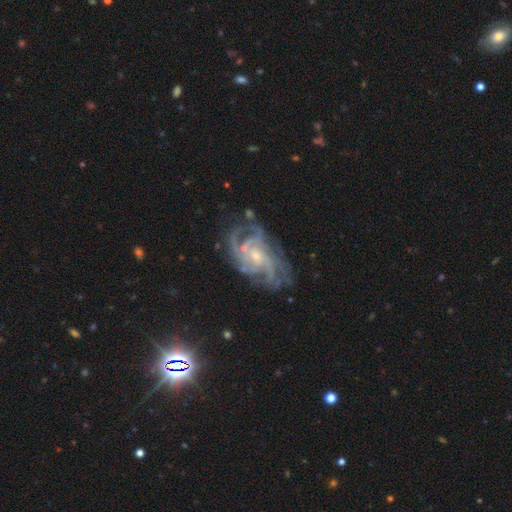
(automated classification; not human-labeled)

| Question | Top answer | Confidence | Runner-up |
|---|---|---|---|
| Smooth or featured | featured or disk | 87% | star or artifact (7%) |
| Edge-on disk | no | 97% | yes (3%) |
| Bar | no | 66% | weak (28%) |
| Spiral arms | yes | 96% | no (4%) |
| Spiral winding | tight | 53% | medium (38%) |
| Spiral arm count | can't tell | 28% | 4 (25%) |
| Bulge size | small | 66% | moderate (29%) |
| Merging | none | 68% | minor disturbance (19%) |